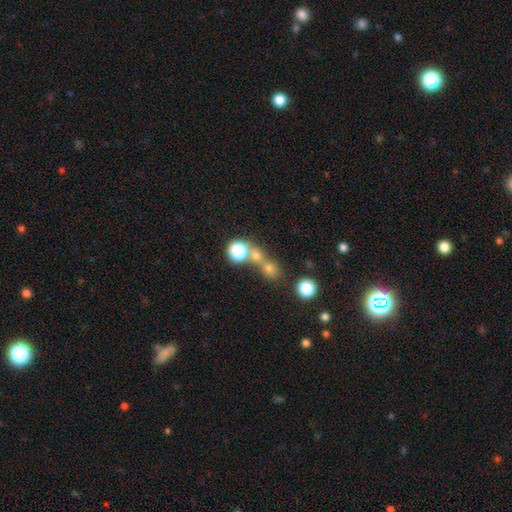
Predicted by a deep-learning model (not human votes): smooth-or-featured: smooth: 59% | star or artifact: 27% | featured or disk: 14%
  how-rounded: round: 80% | in between: 17% | cigar-shaped: 3%
  merging: none: 45% | merger: 43% | minor disturbance: 7% | major disturbance: 5%